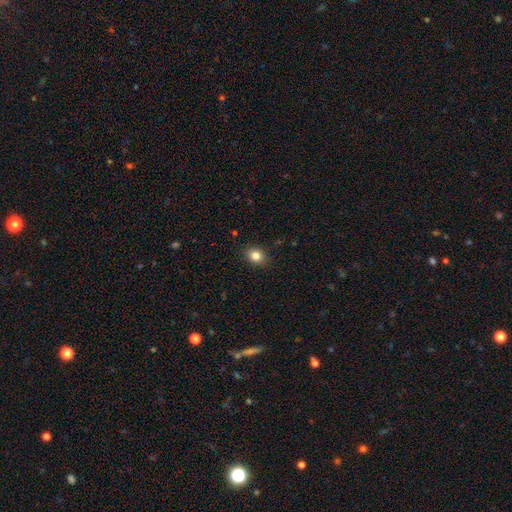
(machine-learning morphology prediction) Smooth or featured?
  - smooth: 84% *
  - star or artifact: 11%
  - featured or disk: 6%
How rounded?
  - in between: 51% *
  - round: 48%
  - cigar-shaped: 1%
Merging?
  - none: 89% *
  - minor disturbance: 8%
  - major disturbance: 2%
  - merger: 1%